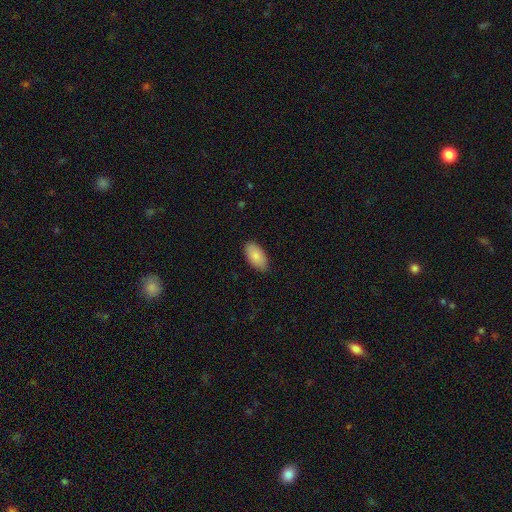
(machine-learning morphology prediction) smooth 86%, featured or disk 8%, star or artifact 6%. Down the decision tree: how rounded — in between (95%); merging — none (86%).